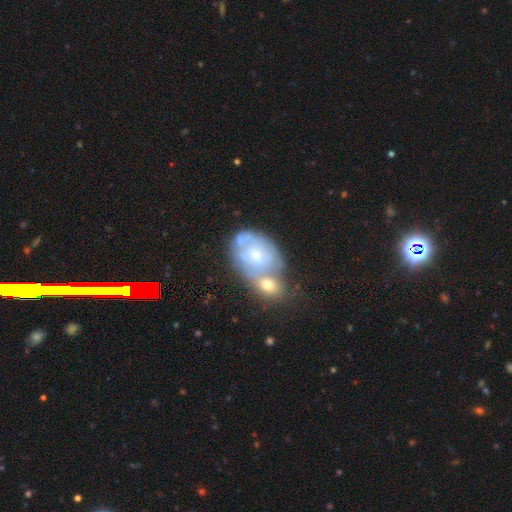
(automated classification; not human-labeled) Morphology: type=featured or disk (57%); edge-on=no (96%); bar=no (78%); spiral arms=yes (55%); bulge=small (47%); merging=merger (50%).